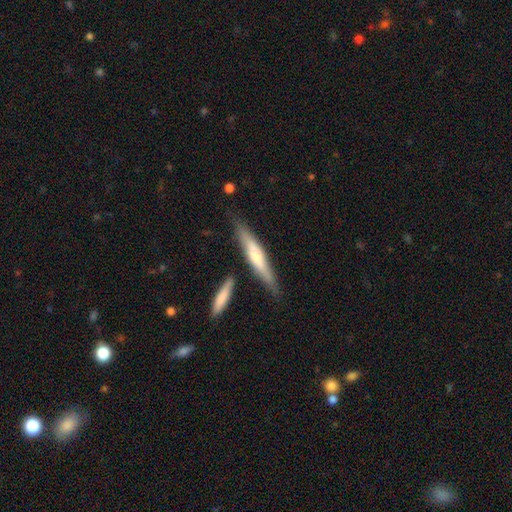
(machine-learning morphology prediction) A featured or disk galaxy (47%, tied with smooth). Merging: none (76%).